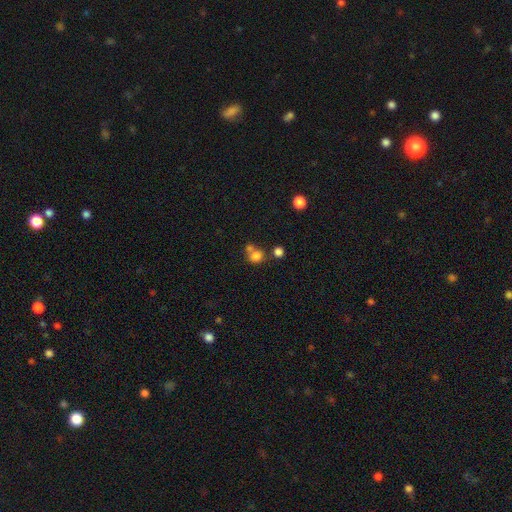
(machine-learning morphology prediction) The model was most divided on "merging": none: 49%, merger: 37%, minor disturbance: 9%, major disturbance: 5%. More confident: how rounded — round (78%); smooth or featured — smooth (78%).